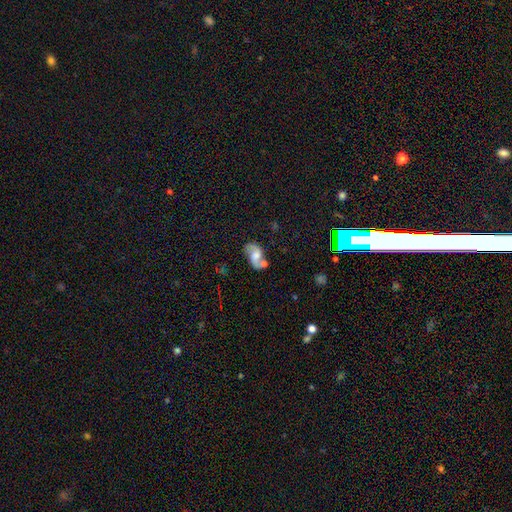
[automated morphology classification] This appears to be a featured or disk galaxy (64%) with no bar (52%), 2 (88%) loose (57%) spiral arms (87%) and a moderate central bulge (44%). Merging: none (48%).